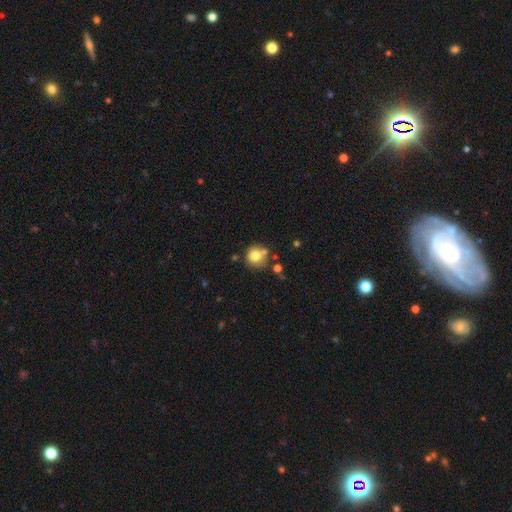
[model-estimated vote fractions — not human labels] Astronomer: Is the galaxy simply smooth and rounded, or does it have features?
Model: smooth — 77%.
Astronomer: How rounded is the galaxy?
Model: round — 89%.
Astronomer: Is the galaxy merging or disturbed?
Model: none — 64%.